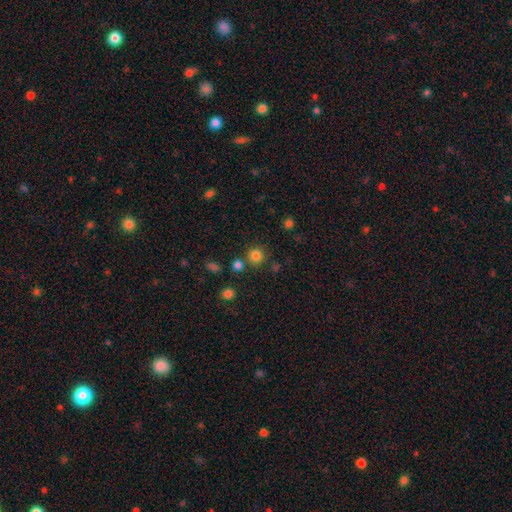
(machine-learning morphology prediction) Smooth or featured?
  - smooth: 80% *
  - star or artifact: 15%
  - featured or disk: 5%
How rounded?
  - round: 92% *
  - in between: 7%
  - cigar-shaped: 1%
Merging?
  - none: 78% *
  - merger: 11%
  - minor disturbance: 8%
  - major disturbance: 3%